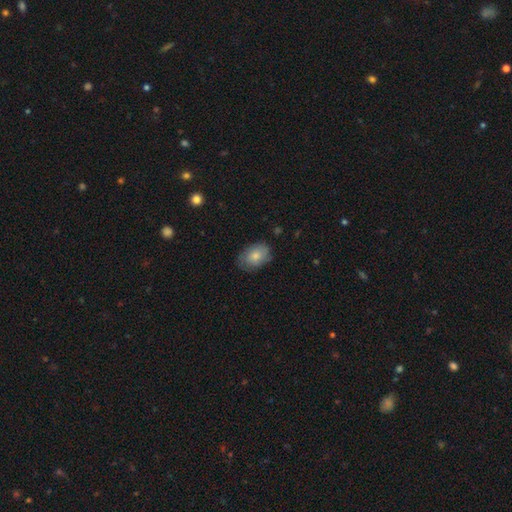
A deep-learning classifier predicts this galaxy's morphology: This is likely a smooth galaxy (78%). How rounded: clearly in between (82%). Merging: likely none (73%).